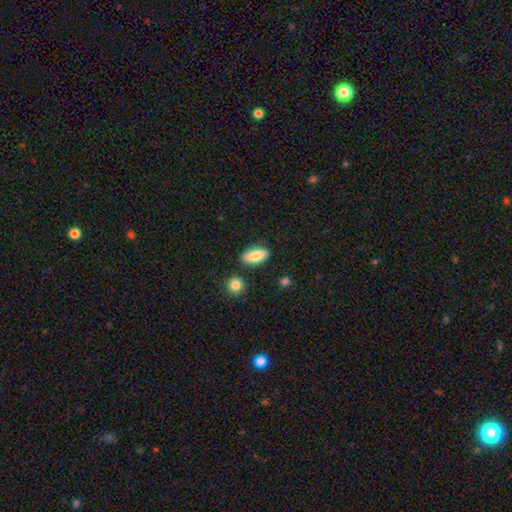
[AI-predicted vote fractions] smooth_or_featured: smooth (p=0.82) [alt: featured or disk p=0.12]
how_rounded: in between (p=0.86) [alt: cigar-shaped p=0.11]
merging: none (p=0.81) [alt: minor disturbance p=0.13]